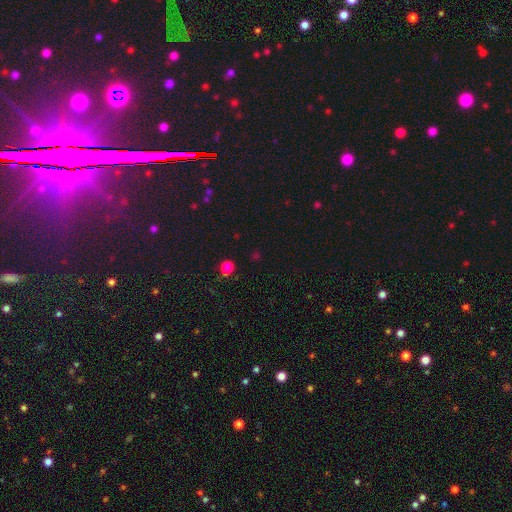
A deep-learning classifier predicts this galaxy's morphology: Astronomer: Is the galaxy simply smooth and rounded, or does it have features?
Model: smooth — 59% (runner-up: star or artifact, 36%).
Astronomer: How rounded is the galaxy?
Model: round — 86%.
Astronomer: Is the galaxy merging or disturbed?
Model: none — 75%.